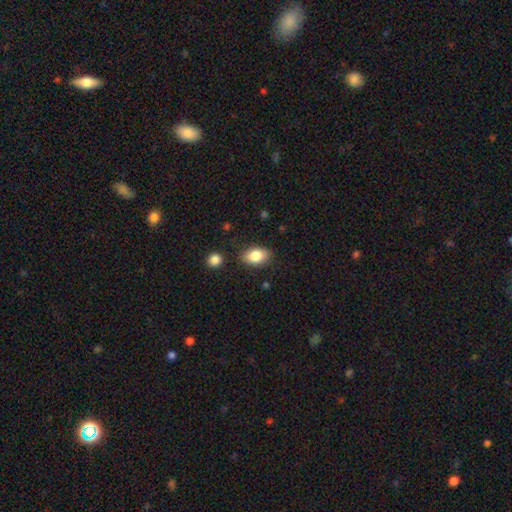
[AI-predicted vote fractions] Smooth or featured: smooth — 84% (featured or disk — 9%)
How rounded: in between — 88% (round — 10%)
Merging: none — 83% (minor disturbance — 11%)